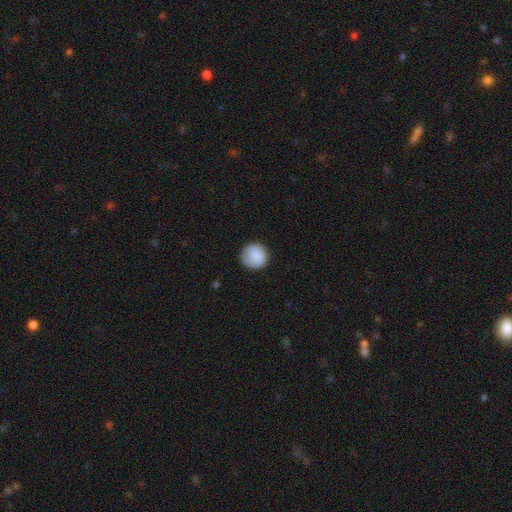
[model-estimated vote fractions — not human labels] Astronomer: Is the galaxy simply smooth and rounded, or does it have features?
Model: smooth — 87%.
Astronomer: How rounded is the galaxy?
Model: round — 94%.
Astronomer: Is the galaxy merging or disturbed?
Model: none — 85%.